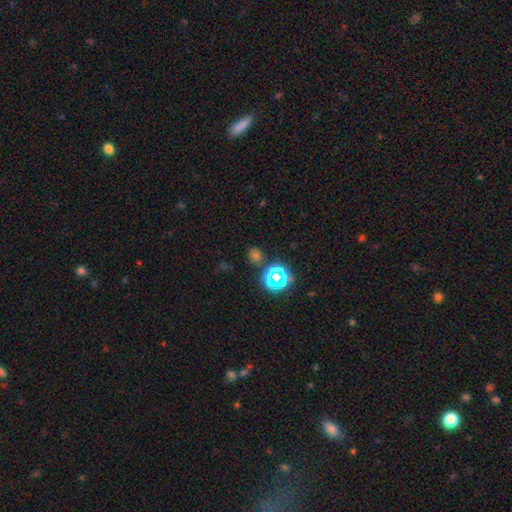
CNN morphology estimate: type=smooth (54%); roundness=round (82%); merging=none (80%).